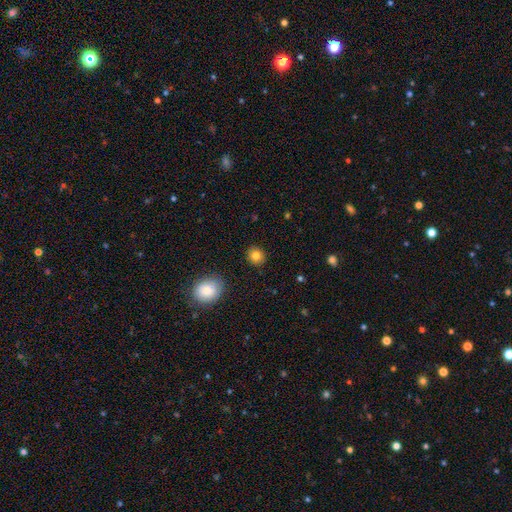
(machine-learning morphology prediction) Smooth or featured?
  - smooth: 83% *
  - star or artifact: 10%
  - featured or disk: 7%
How rounded?
  - round: 82% *
  - in between: 17%
  - cigar-shaped: 1%
Merging?
  - none: 91% *
  - minor disturbance: 6%
  - major disturbance: 2%
  - merger: 1%